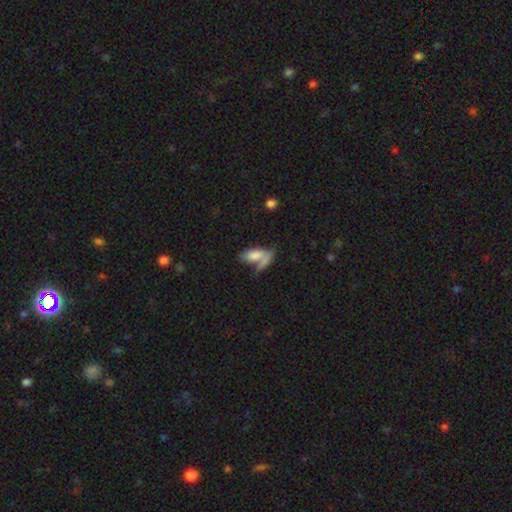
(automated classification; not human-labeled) smooth_or_featured: smooth (p=0.76) [alt: featured or disk p=0.17]
how_rounded: in between (p=0.81) [alt: cigar-shaped p=0.15]
merging: merger (p=0.41) [alt: none p=0.37]